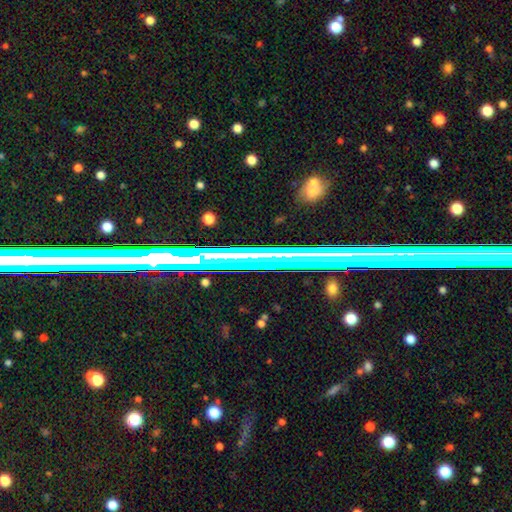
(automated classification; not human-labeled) smooth_or_featured: star or artifact (p=0.55) [alt: featured or disk p=0.32]